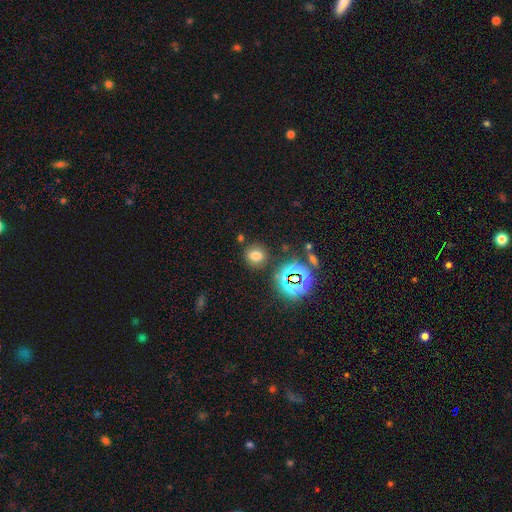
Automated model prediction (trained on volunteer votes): The model was most divided on "smooth or featured": smooth: 68%, star or artifact: 24%, featured or disk: 8%. More confident: merging — none (83%); how rounded — round (76%).